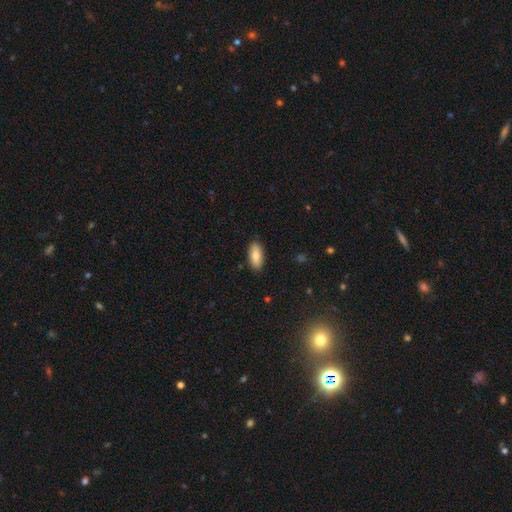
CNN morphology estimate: Smooth or featured?
  - smooth: 79% *
  - featured or disk: 15%
  - star or artifact: 7%
How rounded?
  - in between: 84% *
  - cigar-shaped: 14%
  - round: 2%
Merging?
  - none: 88% *
  - minor disturbance: 9%
  - major disturbance: 2%
  - merger: 1%